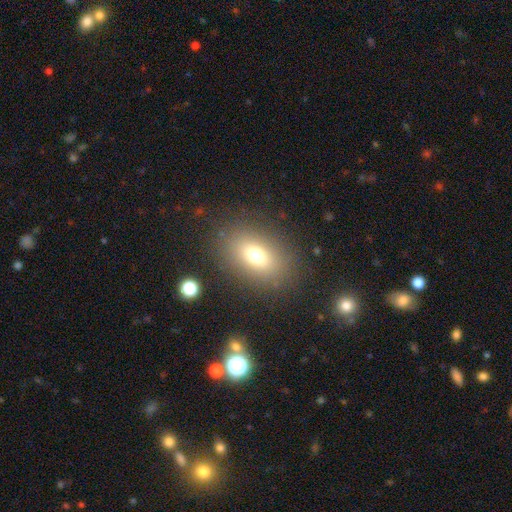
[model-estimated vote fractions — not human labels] Smooth or featured: smooth — 71% (star or artifact — 15%)
How rounded: in between — 77% (round — 21%)
Merging: none — 83% (minor disturbance — 9%)